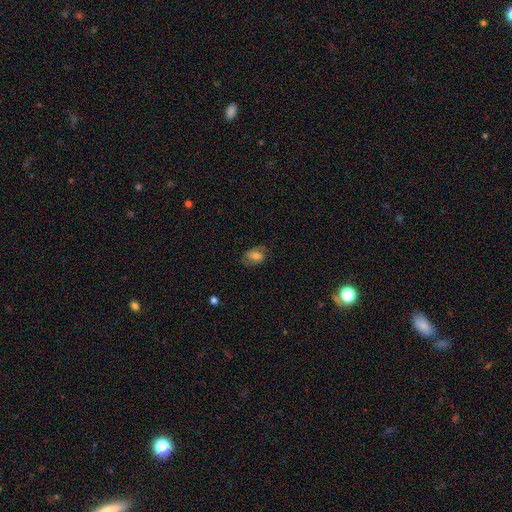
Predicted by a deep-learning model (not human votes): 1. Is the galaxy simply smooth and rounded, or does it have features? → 47% smooth, 43% featured or disk, 10% star or artifact.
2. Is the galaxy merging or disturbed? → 69% none, 20% minor disturbance, 10% major disturbance, 1% merger.